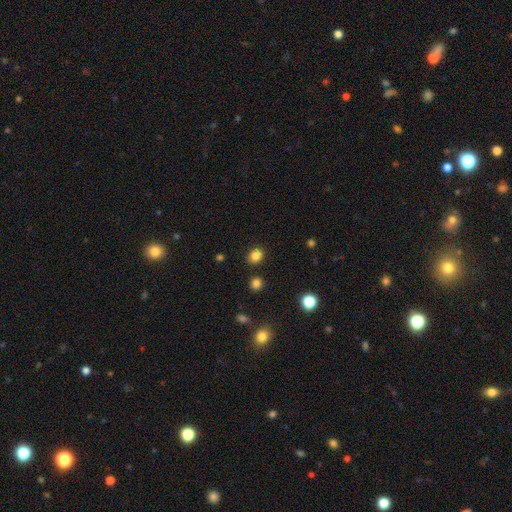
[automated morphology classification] smooth-or-featured: smooth: 83% | star or artifact: 12% | featured or disk: 5%
  how-rounded: round: 64% | in between: 35% | cigar-shaped: 1%
  merging: none: 87% | minor disturbance: 8% | merger: 3% | major disturbance: 2%